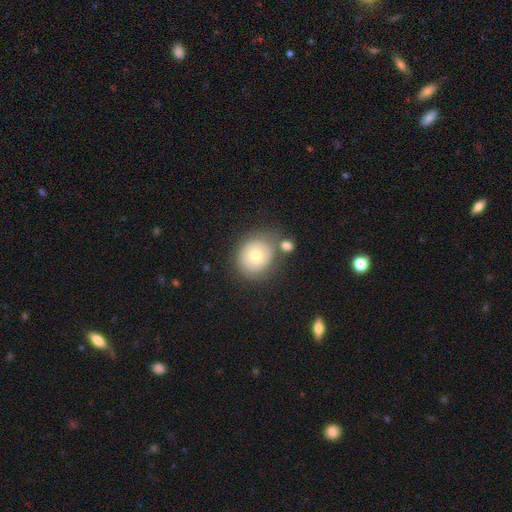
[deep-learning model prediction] Morphology: type=smooth (57%); roundness=round (76%); merging=none (61%).